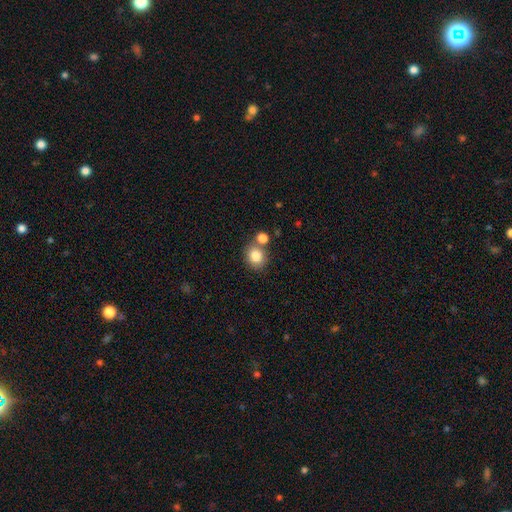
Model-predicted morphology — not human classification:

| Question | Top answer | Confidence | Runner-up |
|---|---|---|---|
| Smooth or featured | smooth | 82% | star or artifact (10%) |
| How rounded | round | 76% | in between (23%) |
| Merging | none | 61% | merger (25%) |